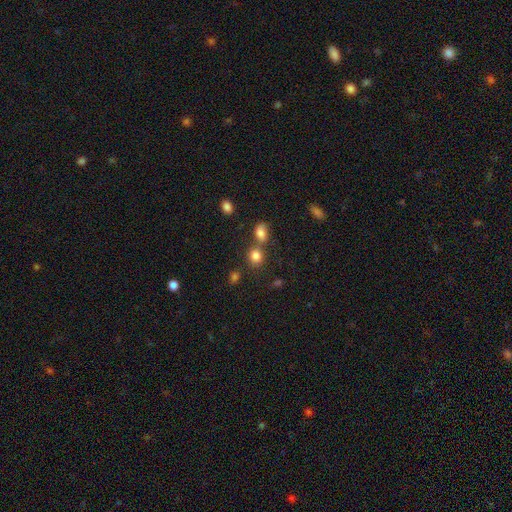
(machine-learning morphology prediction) Smooth or featured?
  - smooth: 81% *
  - star or artifact: 13%
  - featured or disk: 7%
How rounded?
  - round: 71% *
  - in between: 27%
  - cigar-shaped: 1%
Merging?
  - none: 56% *
  - merger: 31%
  - minor disturbance: 9%
  - major disturbance: 4%